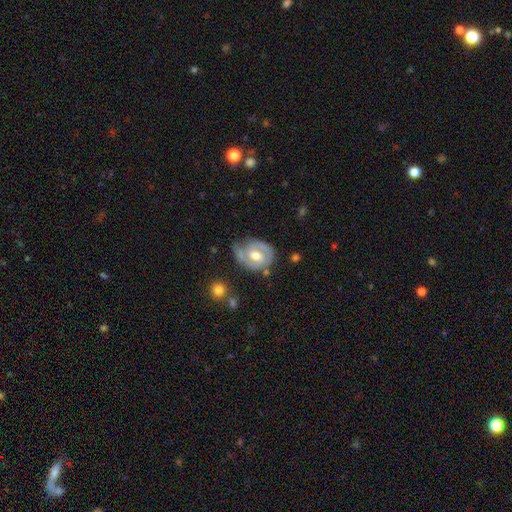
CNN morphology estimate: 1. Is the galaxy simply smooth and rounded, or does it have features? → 73% featured or disk, 22% smooth, 5% star or artifact.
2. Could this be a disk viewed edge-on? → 97% no, 3% yes.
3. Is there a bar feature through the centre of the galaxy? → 44% weak, 43% no, 12% strong.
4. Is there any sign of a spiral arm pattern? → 82% yes, 18% no.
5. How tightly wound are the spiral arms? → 56% tight, 33% medium, 11% loose.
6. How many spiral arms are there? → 53% 2, 27% 1, 15% can't tell, 2% 3, 1% 4, 1% more than 4.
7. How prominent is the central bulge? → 70% moderate, 16% large, 11% small, 2% none, 1% dominant.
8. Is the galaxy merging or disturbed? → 53% none, 29% minor disturbance, 14% major disturbance, 4% merger.